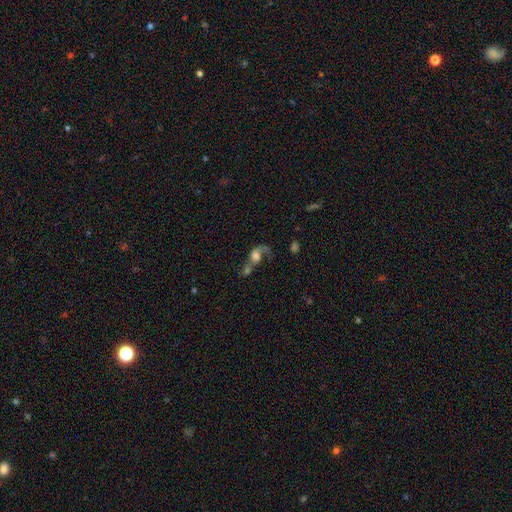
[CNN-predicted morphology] Smooth or featured: featured or disk — 50% (smooth — 38%)
Merging: merger — 52% (major disturbance — 23%)